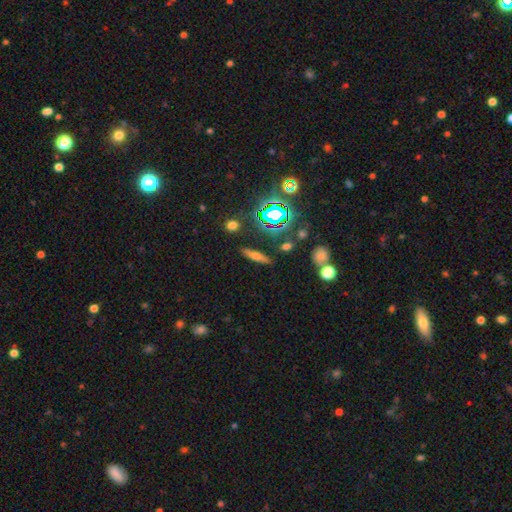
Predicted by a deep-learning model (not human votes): This appears to be a smooth galaxy with no disk features (49%). Merging: none (84%).